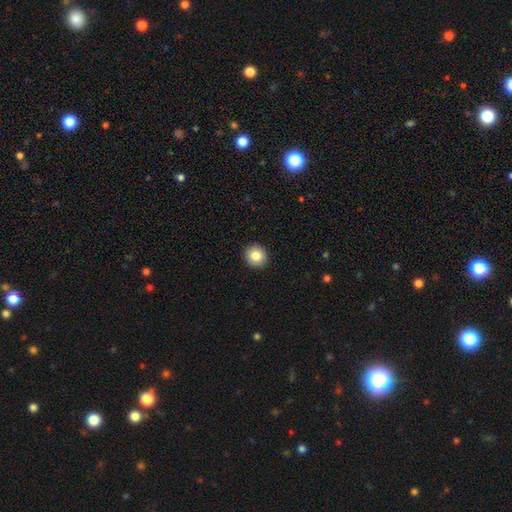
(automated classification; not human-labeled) Overall: smooth (83%). How rounded: round (91%). Merging: none (93%).